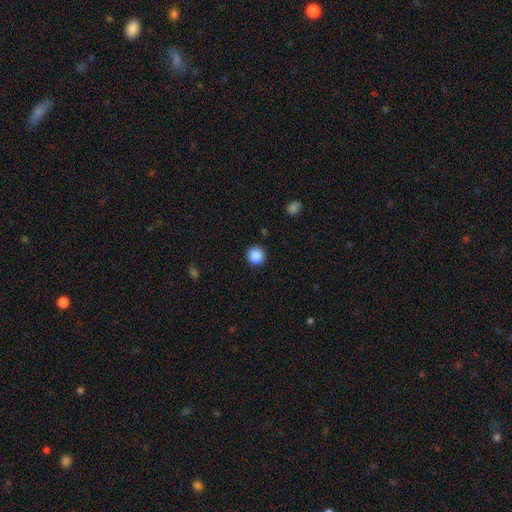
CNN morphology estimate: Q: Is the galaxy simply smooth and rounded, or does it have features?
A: smooth — 87%.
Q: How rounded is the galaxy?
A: round — 94%.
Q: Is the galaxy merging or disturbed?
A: none — 91%.